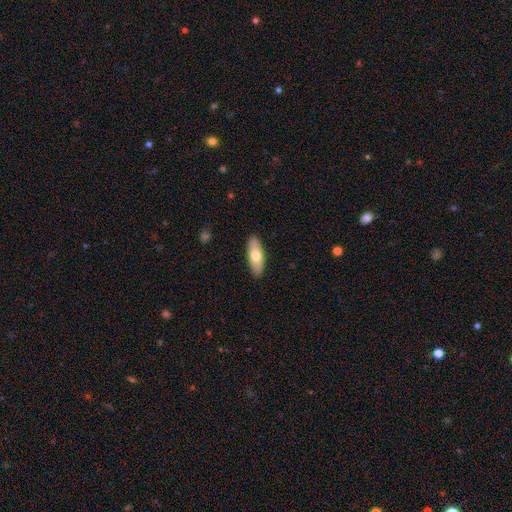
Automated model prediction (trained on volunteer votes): smooth-or-featured: smooth: 69% | featured or disk: 26% | star or artifact: 5%
  how-rounded: in between: 72% | cigar-shaped: 25% | round: 2%
  merging: none: 90% | minor disturbance: 8% | major disturbance: 2% | merger: 1%